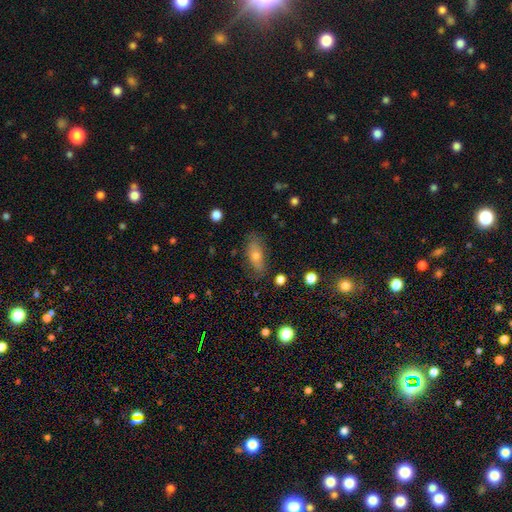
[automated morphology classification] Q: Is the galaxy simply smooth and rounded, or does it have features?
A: smooth — 58%.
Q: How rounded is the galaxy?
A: in between — 72%.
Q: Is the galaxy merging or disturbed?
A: none — 78%.